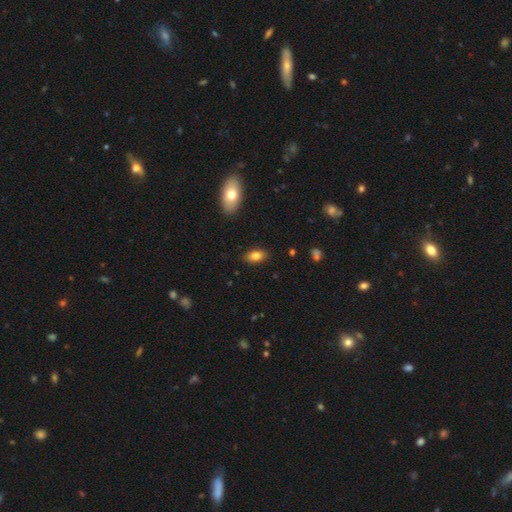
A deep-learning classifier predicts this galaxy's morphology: The model was most divided on "smooth or featured": smooth: 80%, featured or disk: 12%, star or artifact: 8%. More confident: how rounded — in between (89%); merging — none (87%).